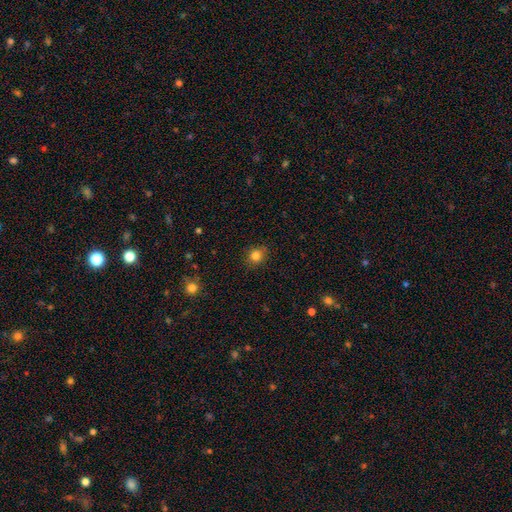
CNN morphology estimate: Smooth or featured? Predicted: smooth (p=0.81). How rounded? Predicted: round (p=0.74). Merging? Predicted: none (p=0.86).